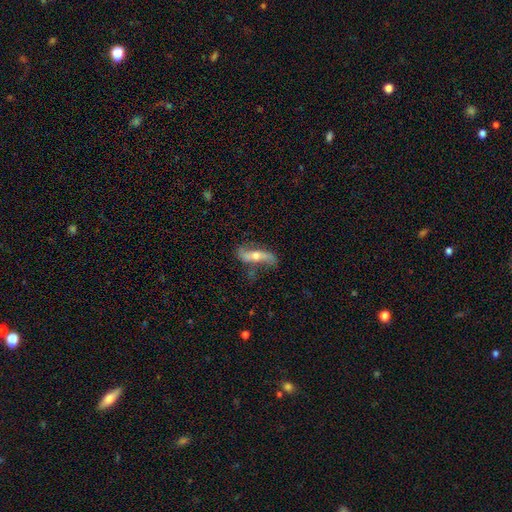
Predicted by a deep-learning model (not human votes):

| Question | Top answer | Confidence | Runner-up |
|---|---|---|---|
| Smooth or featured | featured or disk | 68% | smooth (26%) |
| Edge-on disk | no | 68% | yes (32%) |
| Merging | none | 66% | minor disturbance (22%) |